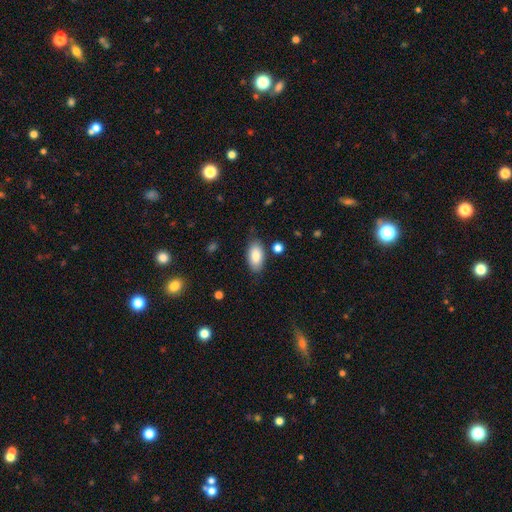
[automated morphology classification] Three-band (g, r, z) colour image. It shows a smooth galaxy with no disk features (84%) that is in between round and cigar-shaped (93%). Merging: none (80%).